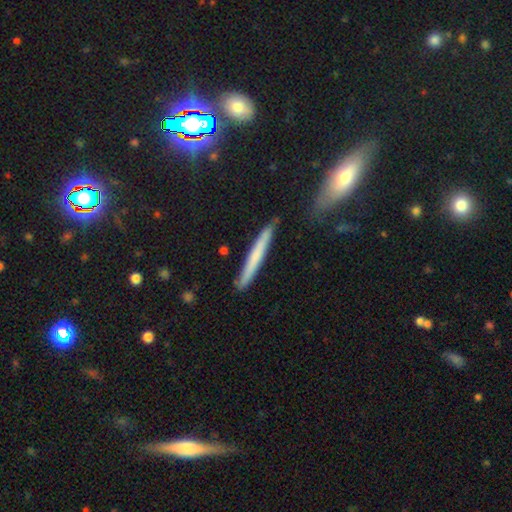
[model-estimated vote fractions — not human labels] Q: Smooth or featured?
A: smooth (61%); runner-up: featured or disk (32%)
Q: How rounded?
A: cigar-shaped (96%); runner-up: in between (2%)
Q: Merging?
A: none (84%); runner-up: minor disturbance (12%)